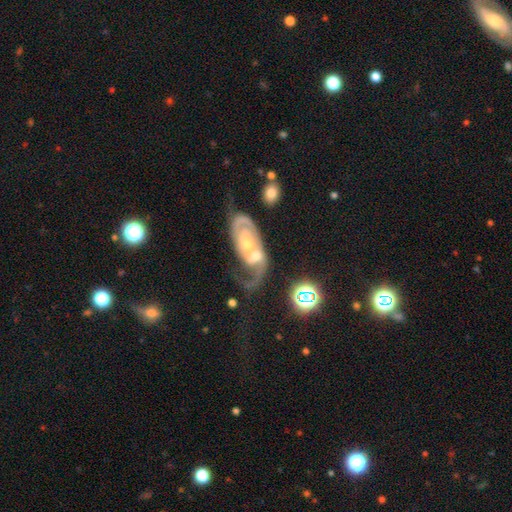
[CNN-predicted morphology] Smooth or featured? Predicted: featured or disk (p=0.77). Edge-on disk? Predicted: no (p=0.95). Bar? Predicted: no (p=0.69). Spiral arms? Predicted: yes (p=0.84). Spiral winding? Predicted: tight (p=0.37). Spiral arm count? Predicted: 2 (p=0.46). Bulge size? Predicted: moderate (p=0.58). Merging? Predicted: merger (p=0.54).